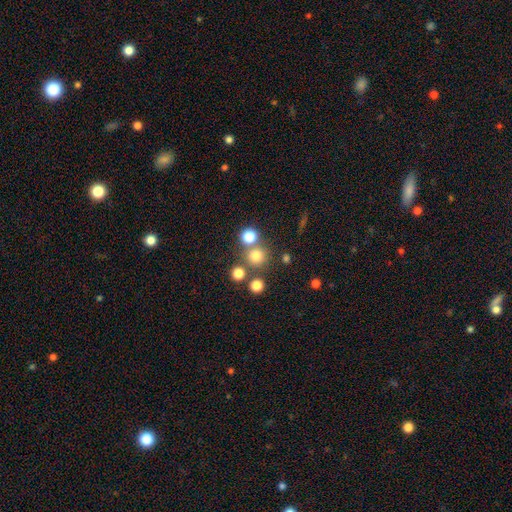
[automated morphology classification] Smooth or featured? smooth (73%)
How rounded? round (92%)
Merging? none (70%)